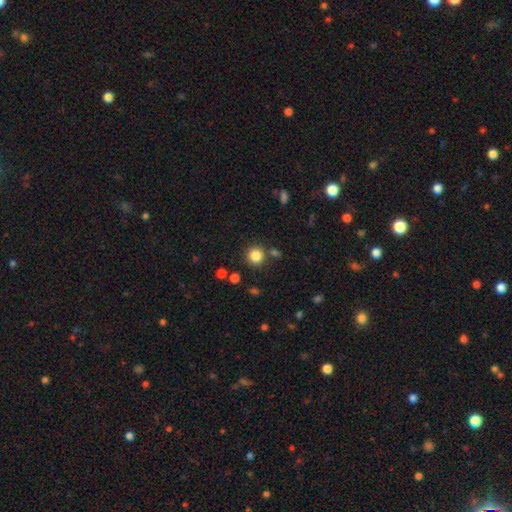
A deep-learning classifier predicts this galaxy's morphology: smooth 84%, star or artifact 12%, featured or disk 5%. Down the decision tree: how rounded — round (93%); merging — none (82%).